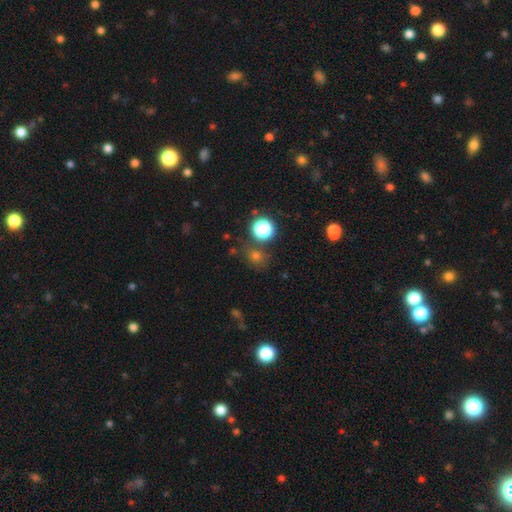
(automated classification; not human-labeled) A smooth galaxy with no disk features (58%) that is round (81%). Merging: none (79%).